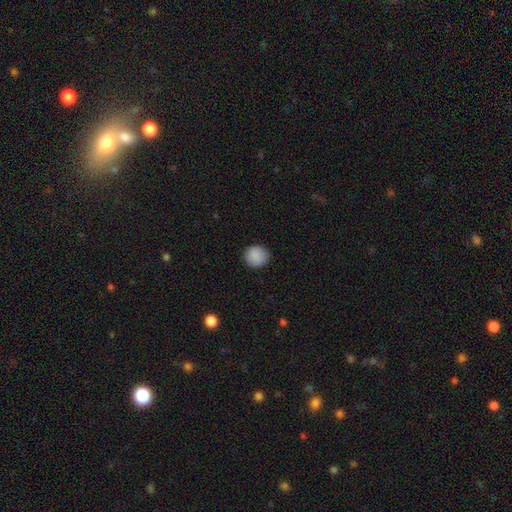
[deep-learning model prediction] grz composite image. It shows a smooth galaxy with no disk features (89%) that is round (91%). Merging: none (90%).